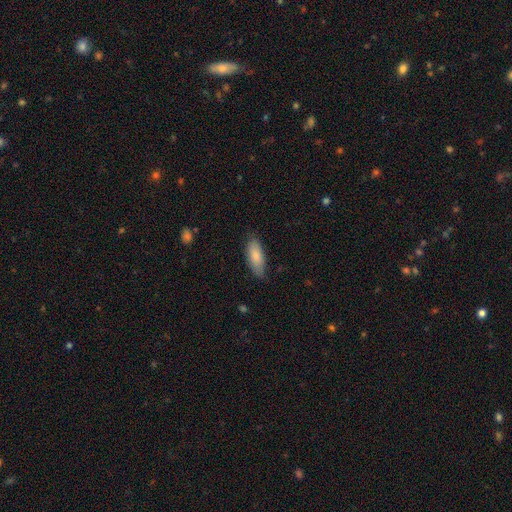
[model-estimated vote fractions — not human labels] This is clearly a smooth galaxy (82%). How rounded: likely in between (76%). Merging: likely none (78%).